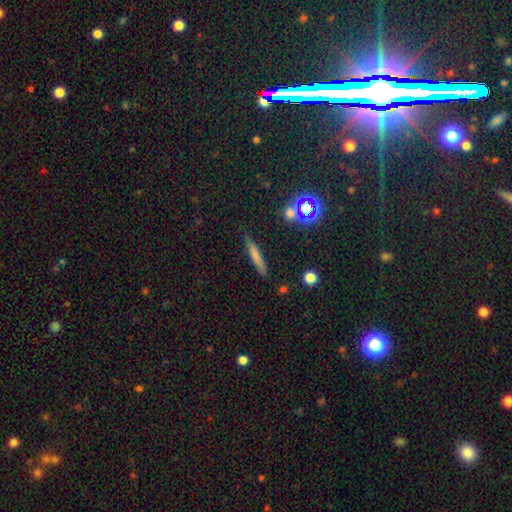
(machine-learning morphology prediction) A smooth galaxy with no disk features (66%) that is cigar-shaped (90%). Merging: none (83%).